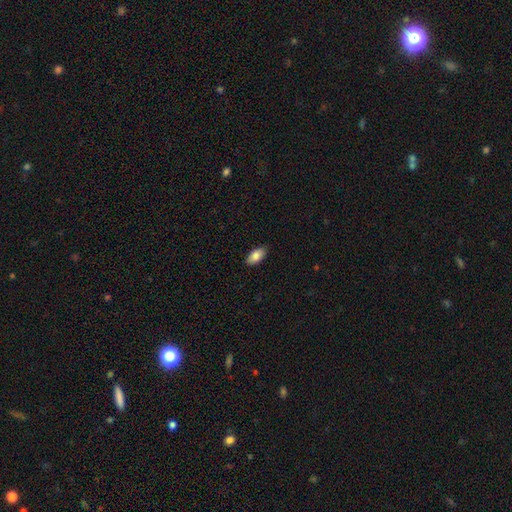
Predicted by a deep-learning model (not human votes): Q: Smooth or featured?
A: smooth (85%); runner-up: featured or disk (8%)
Q: How rounded?
A: in between (92%); runner-up: cigar-shaped (5%)
Q: Merging?
A: none (88%); runner-up: minor disturbance (9%)